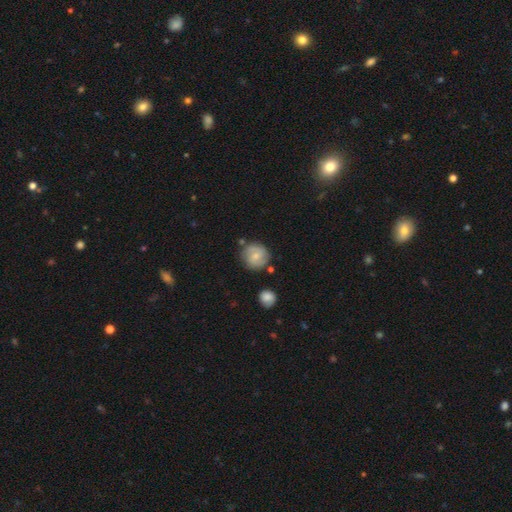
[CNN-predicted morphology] type=featured or disk (52%); edge-on=no (98%); bar=no (58%); spiral arms=yes (87%); bulge=small (50%); merging=none (75%).